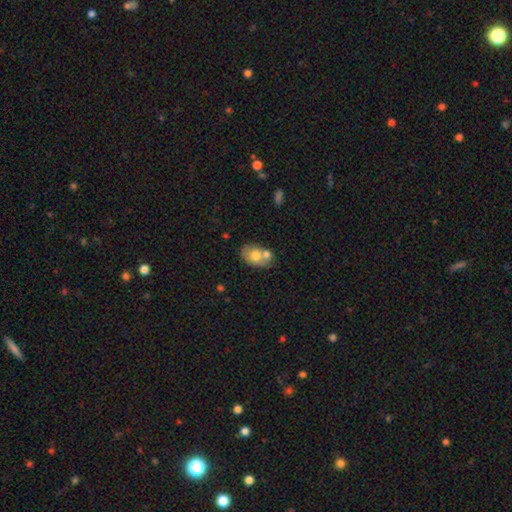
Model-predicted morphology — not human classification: A smooth galaxy with no disk features (67%) that is in between round and cigar-shaped (78%).

Vote fractions:
- Smooth or featured? smooth: 67% / featured or disk: 25% / star or artifact: 7%
- How rounded? in between: 78% / round: 21% / cigar-shaped: 1%
- Merging? none: 46% / merger: 36% / minor disturbance: 14% / major disturbance: 4%